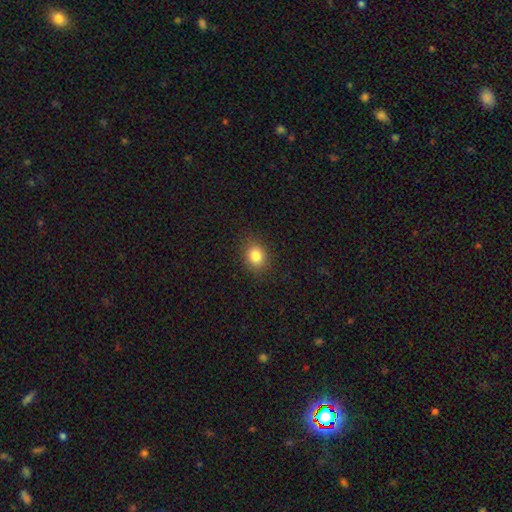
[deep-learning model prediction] Smooth or featured? smooth (82%)
How rounded? round (54%)
Merging? none (88%)